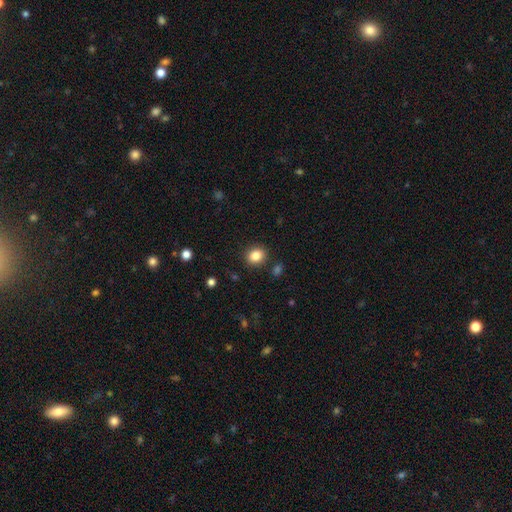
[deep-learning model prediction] smooth-or-featured: smooth: 85% | star or artifact: 10% | featured or disk: 5%
  how-rounded: round: 64% | in between: 35% | cigar-shaped: 1%
  merging: none: 87% | minor disturbance: 8% | major disturbance: 3% | merger: 2%